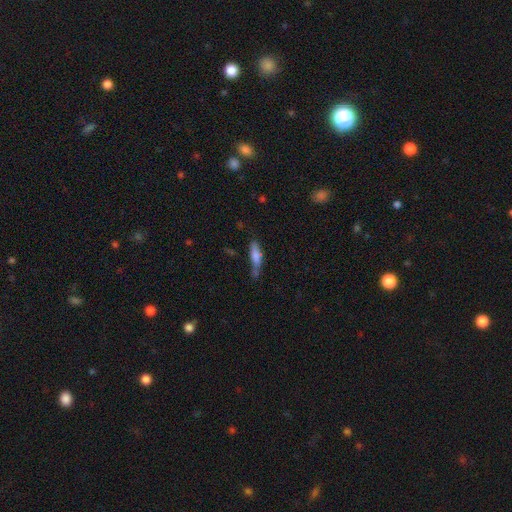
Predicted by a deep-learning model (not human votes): This appears to be a smooth galaxy with no disk features (66%) that is cigar-shaped (69%). Merging: none (51%).